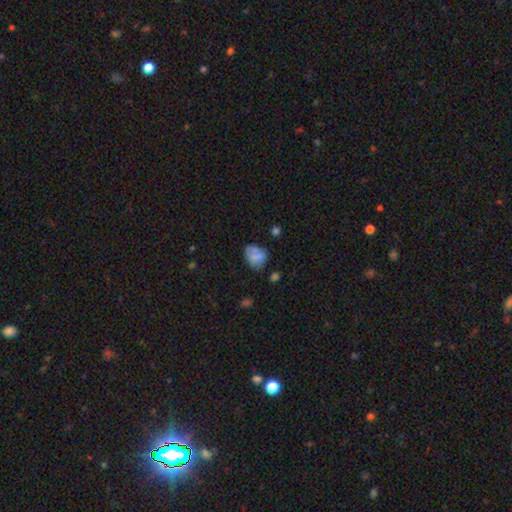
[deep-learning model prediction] Morphology: type=smooth (68%); roundness=in between (58%); merging=none (50%).